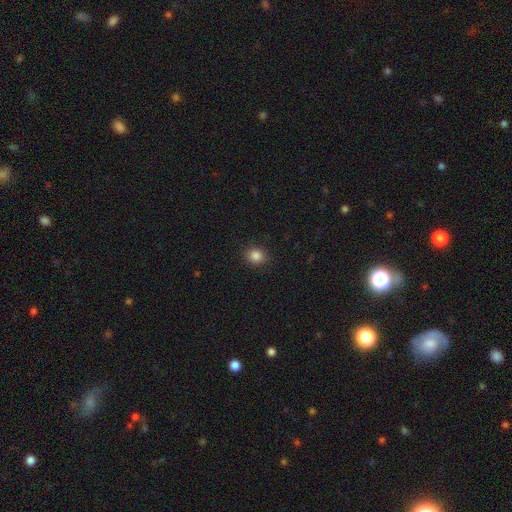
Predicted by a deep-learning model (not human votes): Morphology: type=smooth (85%); roundness=round (81%); merging=none (91%).